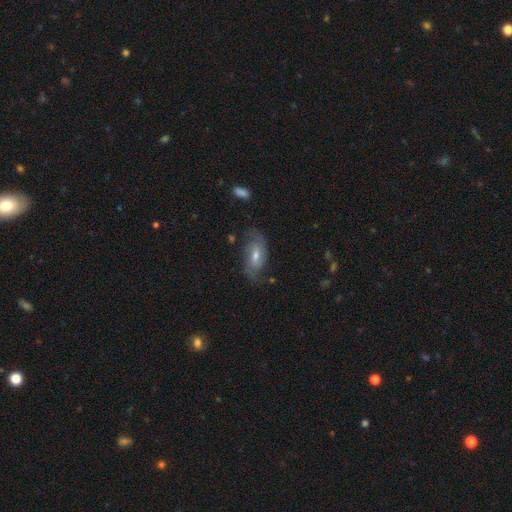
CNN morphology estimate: Overall: featured or disk (66%). Edge-on disk: no (92%). Bar: weak (45%; no 42%). Spiral arms: yes (87%). Spiral arm count: 2 (68%). Spiral winding: medium (42%; tight 33%). Bulge size: moderate (58%; small 35%). Merging: none (70%).